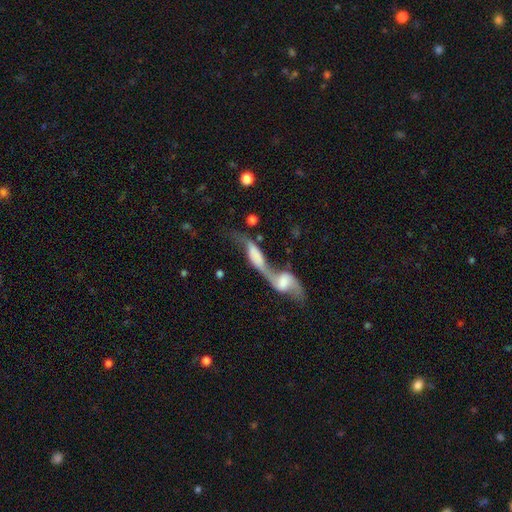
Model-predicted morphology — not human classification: type=featured or disk (62%); edge-on=no (82%); bar=no (50%); spiral arms=yes (79%); bulge=none (40%); merging=merger (73%).